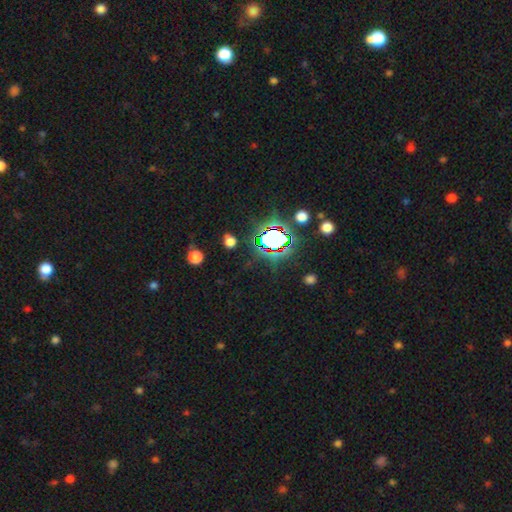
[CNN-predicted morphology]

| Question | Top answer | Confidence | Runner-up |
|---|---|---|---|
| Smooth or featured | star or artifact | 82% | smooth (11%) |